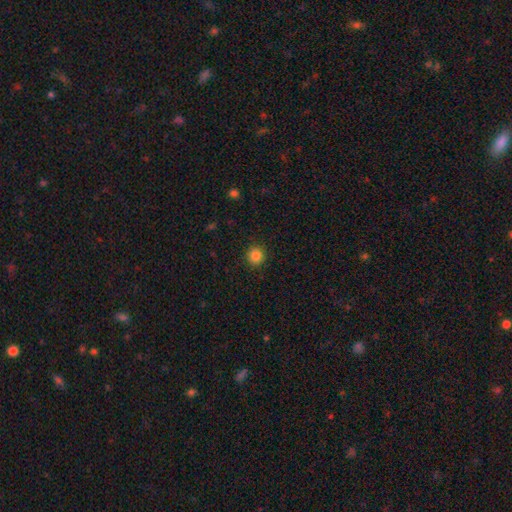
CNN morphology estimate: A smooth galaxy with no disk features (84%) that is round (93%).

Vote fractions:
- Smooth or featured? smooth: 84% / star or artifact: 11% / featured or disk: 4%
- How rounded? round: 93% / in between: 6% / cigar-shaped: 1%
- Merging? none: 91% / minor disturbance: 6% / major disturbance: 2% / merger: 1%